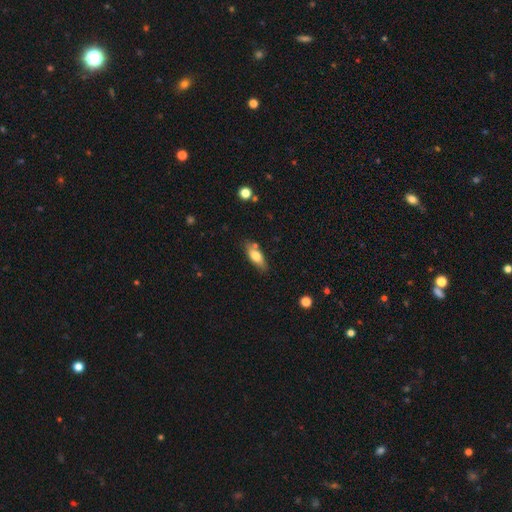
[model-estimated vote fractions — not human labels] This appears to be a smooth galaxy with no disk features (73%) that is in between round and cigar-shaped (73%). Merging: none (73%).